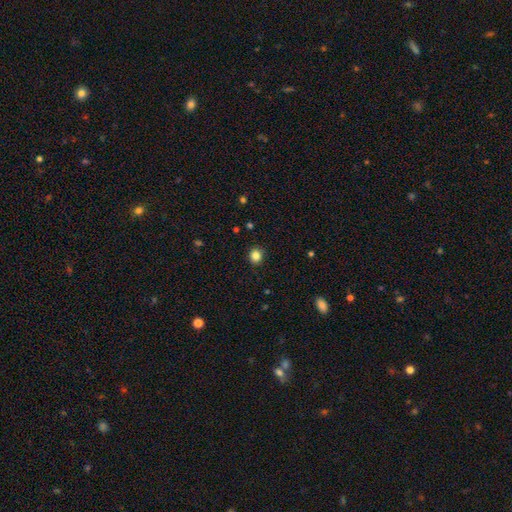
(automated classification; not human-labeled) Q: Smooth or featured?
A: smooth (85%); runner-up: star or artifact (11%)
Q: How rounded?
A: round (82%); runner-up: in between (17%)
Q: Merging?
A: none (90%); runner-up: minor disturbance (7%)